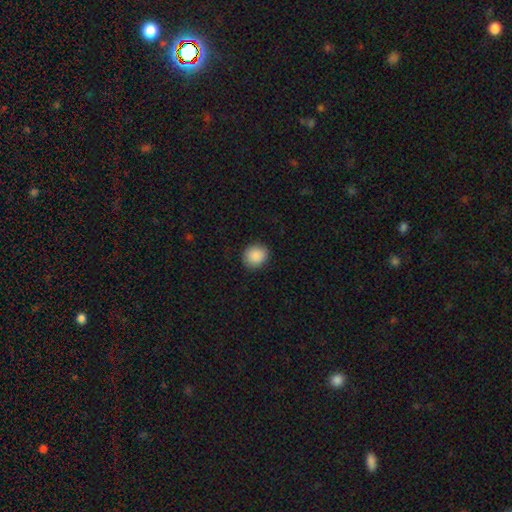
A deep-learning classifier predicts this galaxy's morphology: Smooth or featured: smooth — 90% (star or artifact — 8%)
How rounded: round — 80% (in between — 19%)
Merging: none — 89% (minor disturbance — 7%)